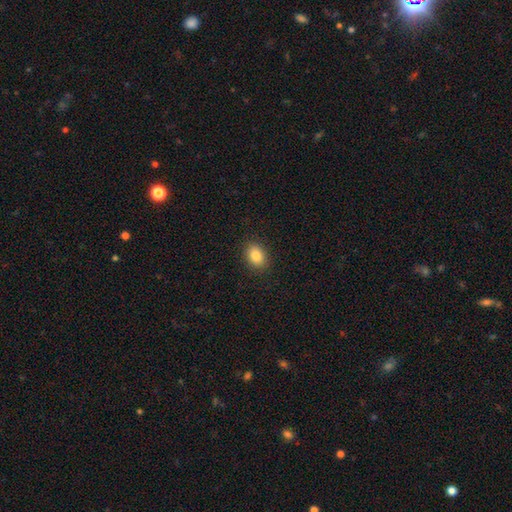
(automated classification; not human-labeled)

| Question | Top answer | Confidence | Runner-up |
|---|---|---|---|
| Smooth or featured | smooth | 85% | star or artifact (9%) |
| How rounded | in between | 73% | round (26%) |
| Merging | none | 90% | minor disturbance (7%) |